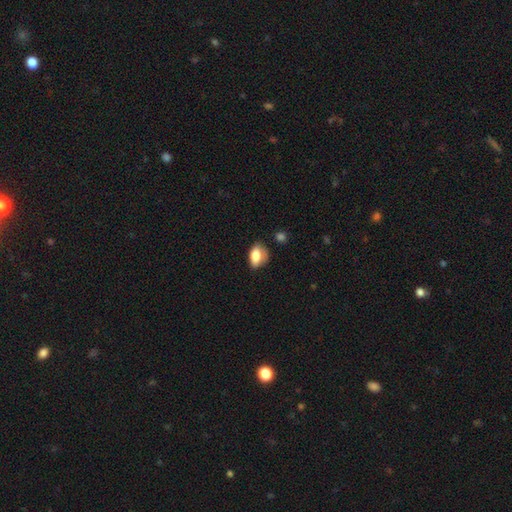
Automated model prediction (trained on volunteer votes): A smooth galaxy with no disk features (80%) that is in between round and cigar-shaped (86%). Merging: none (49%).